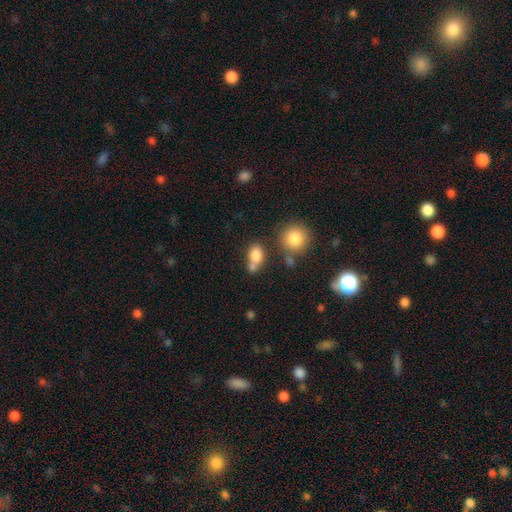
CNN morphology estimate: Overall: smooth (81%). How rounded: in between (78%). Merging: none (44%; merger 35%).